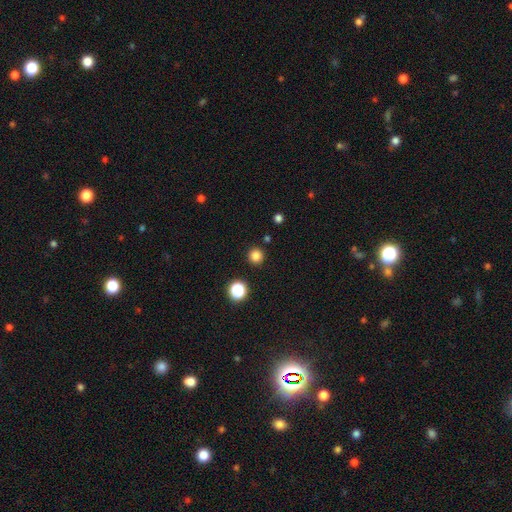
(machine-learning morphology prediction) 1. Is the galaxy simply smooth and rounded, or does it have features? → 83% smooth, 14% star or artifact, 4% featured or disk.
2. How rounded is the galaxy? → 96% round, 3% in between, 1% cigar-shaped.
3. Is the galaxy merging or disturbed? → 91% none, 5% minor disturbance, 2% merger, 2% major disturbance.